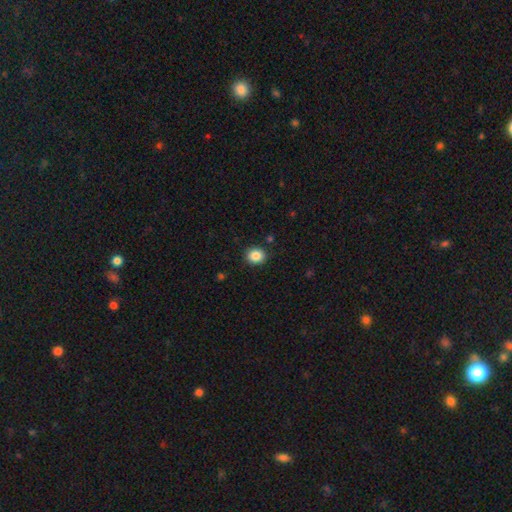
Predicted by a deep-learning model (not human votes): Morphology: type=smooth (86%); roundness=round (77%); merging=none (90%).